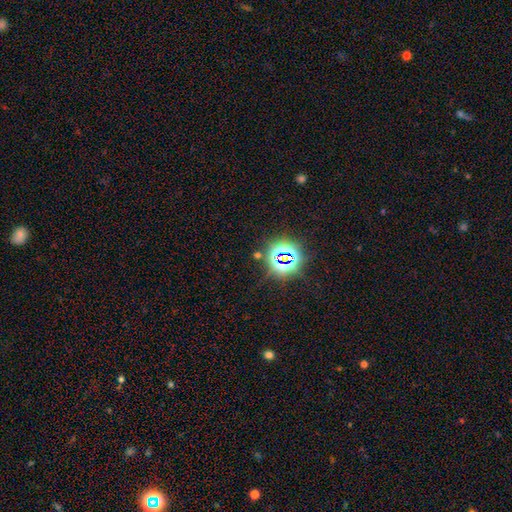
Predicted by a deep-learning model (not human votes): Overall: star or artifact (72%).